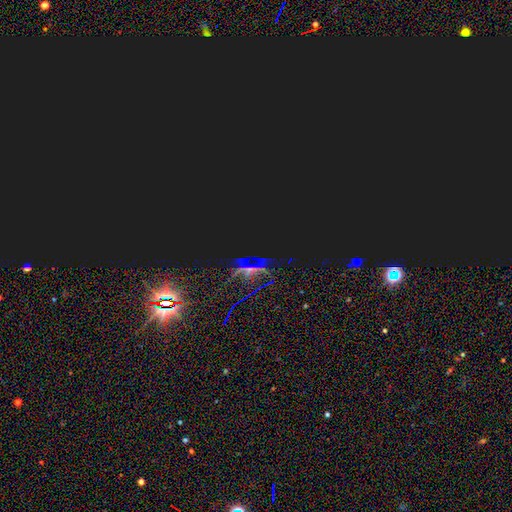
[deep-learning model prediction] Smooth or featured? star or artifact (86%)